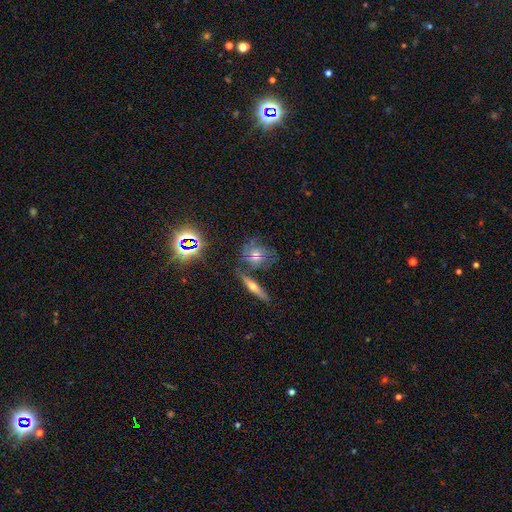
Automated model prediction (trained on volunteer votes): Smooth or featured: featured or disk — 39% (smooth — 36%)
Merging: none — 59% (minor disturbance — 18%)